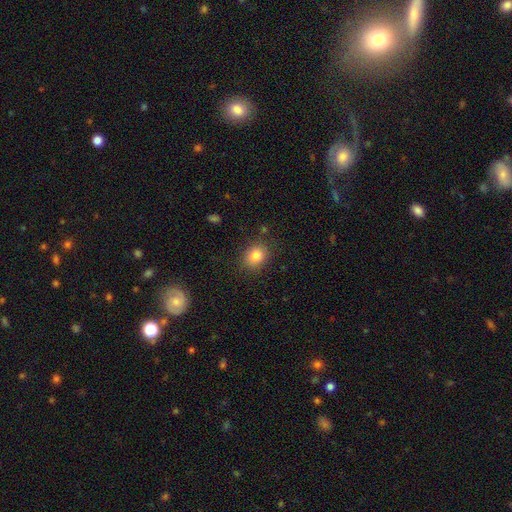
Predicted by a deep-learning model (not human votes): The model was most divided on "how rounded": round: 50%, in between: 49%, cigar-shaped: 1%. More confident: merging — none (84%); smooth or featured — smooth (83%).